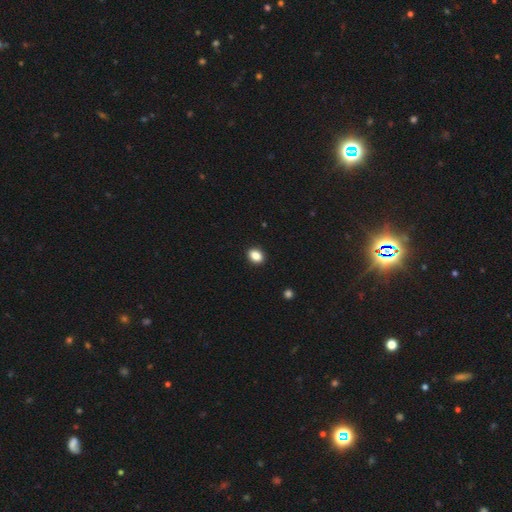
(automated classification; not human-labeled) This is clearly a smooth galaxy (87%). How rounded: likely in between (66%). Merging: clearly none (92%).